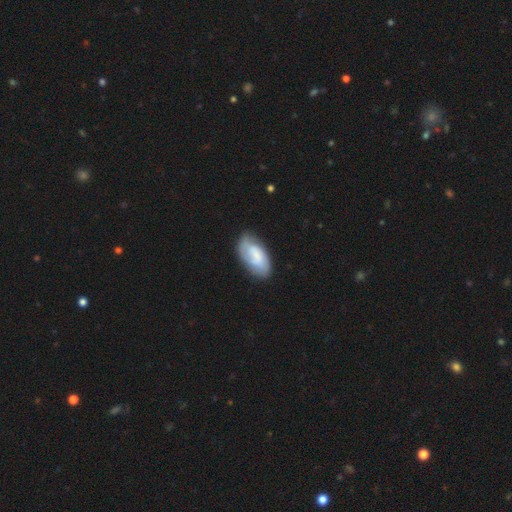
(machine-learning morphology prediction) Smooth or featured?
  - smooth: 47% * (tied)
  - featured or disk: 47% * (tied)
  - star or artifact: 6%
Merging?
  - none: 69% *
  - minor disturbance: 22%
  - major disturbance: 7%
  - merger: 2%